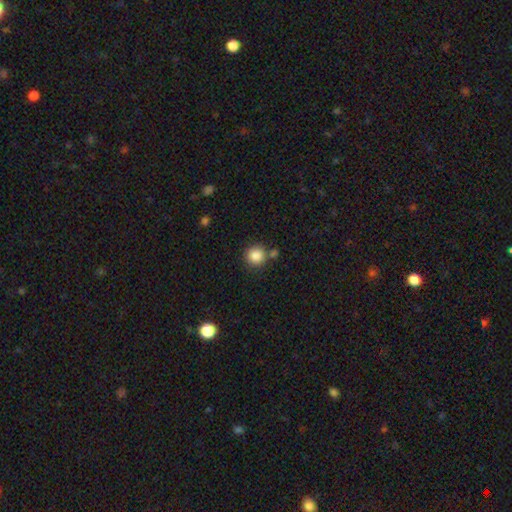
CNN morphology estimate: Smooth or featured? smooth (85%)
How rounded? round (92%)
Merging? none (75%)